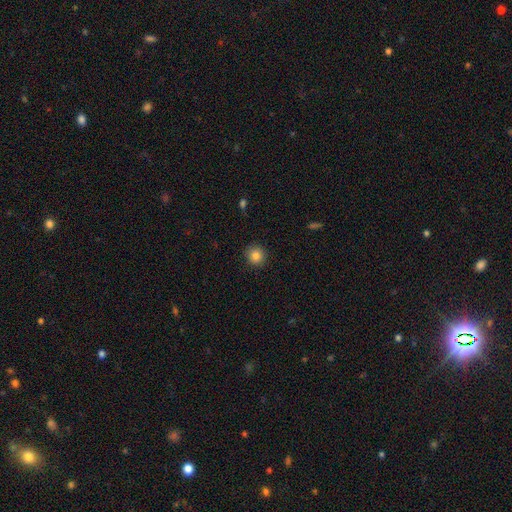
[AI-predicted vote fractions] Smooth or featured: smooth — 83% (star or artifact — 11%)
How rounded: round — 93% (in between — 6%)
Merging: none — 91% (minor disturbance — 6%)